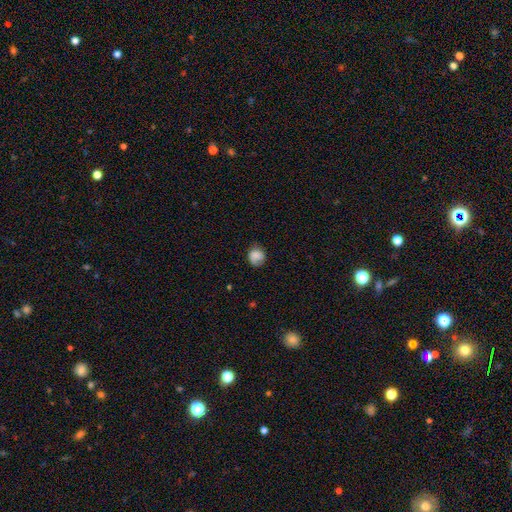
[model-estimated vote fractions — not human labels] Smooth or featured: smooth — 76% (featured or disk — 16%)
How rounded: round — 76% (in between — 23%)
Merging: none — 61% (minor disturbance — 26%)